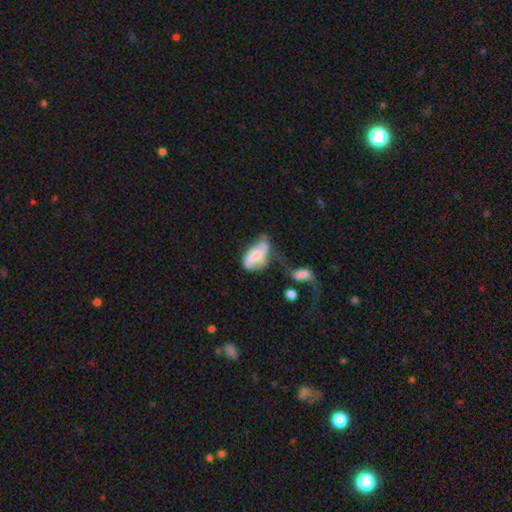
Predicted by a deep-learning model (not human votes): Overall: featured or disk (71%). Edge-on disk: no (94%). Bar: weak (38%, tied with no). Spiral arms: yes (87%). Spiral arm count: 2 (85%). Spiral winding: loose (62%; medium 28%). Bulge size: moderate (40%; small 30%). Merging: none (35%; minor disturbance 23%).